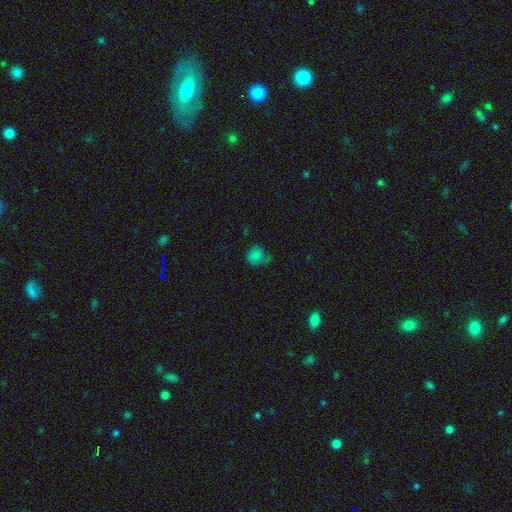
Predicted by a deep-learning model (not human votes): A smooth galaxy with no disk features (75%) that is round (76%).

Vote fractions:
- Smooth or featured? smooth: 75% / star or artifact: 19% / featured or disk: 6%
- How rounded? round: 76% / in between: 23% / cigar-shaped: 1%
- Merging? none: 55% / minor disturbance: 30% / major disturbance: 11% / merger: 4%